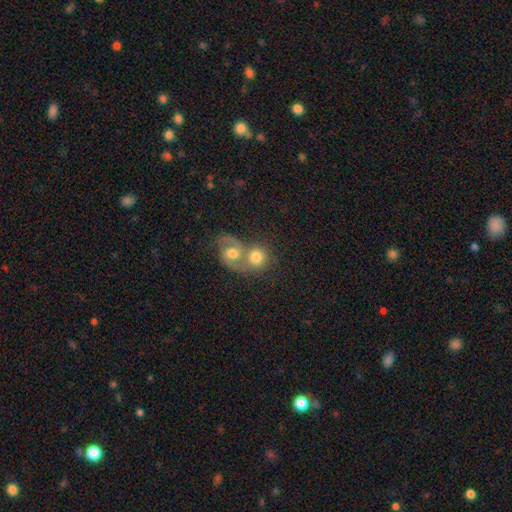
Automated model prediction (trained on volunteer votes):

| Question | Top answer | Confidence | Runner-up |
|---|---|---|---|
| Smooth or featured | smooth | 54% | featured or disk (36%) |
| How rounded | round | 71% | in between (27%) |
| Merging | merger | 65% | none (24%) |